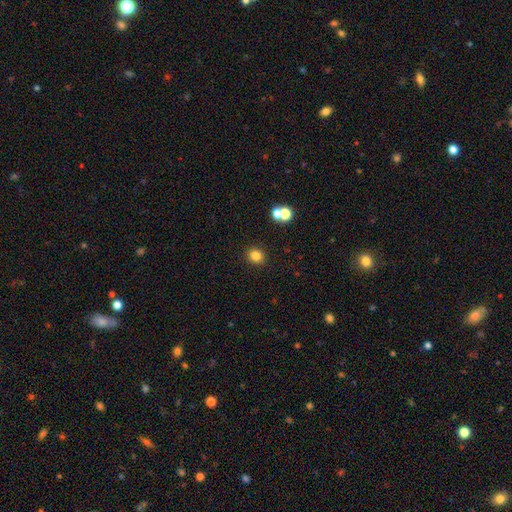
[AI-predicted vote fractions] Smooth or featured? smooth (81%)
How rounded? round (77%)
Merging? none (89%)